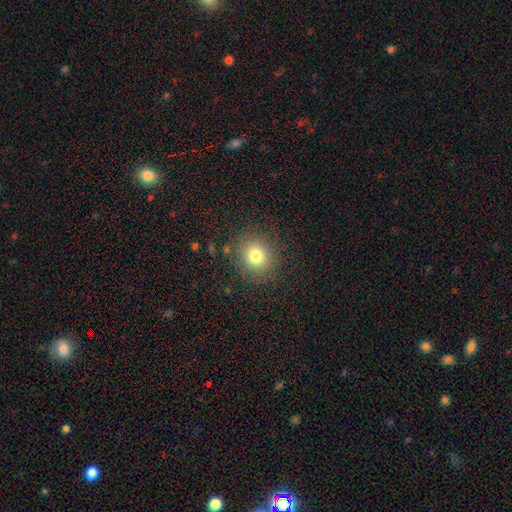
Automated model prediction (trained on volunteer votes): Morphology: type=smooth (77%); roundness=round (83%); merging=none (86%).